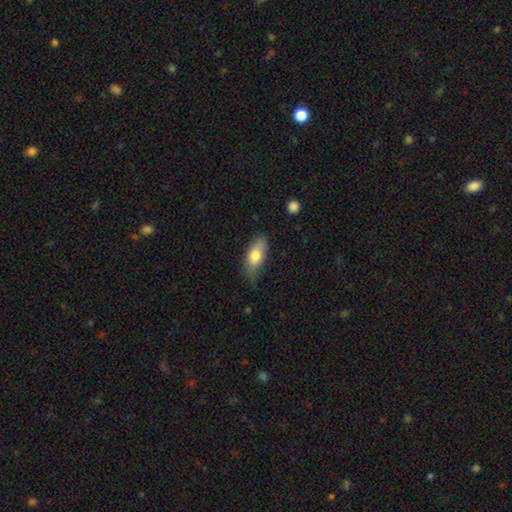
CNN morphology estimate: Overall: smooth (75%). How rounded: in between (81%). Merging: none (69%).